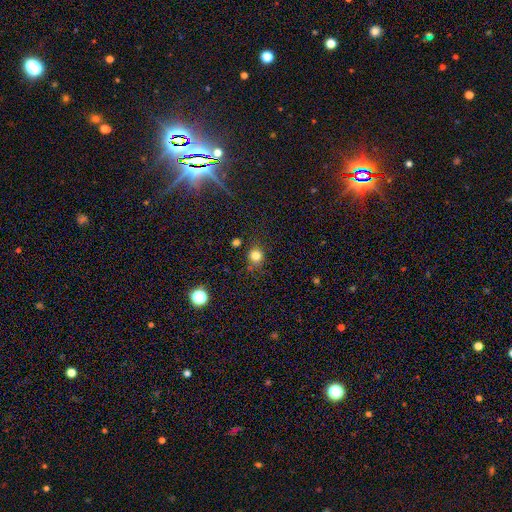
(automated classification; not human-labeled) This is likely a smooth galaxy (80%). How rounded: clearly round (84%). Merging: likely none (76%).